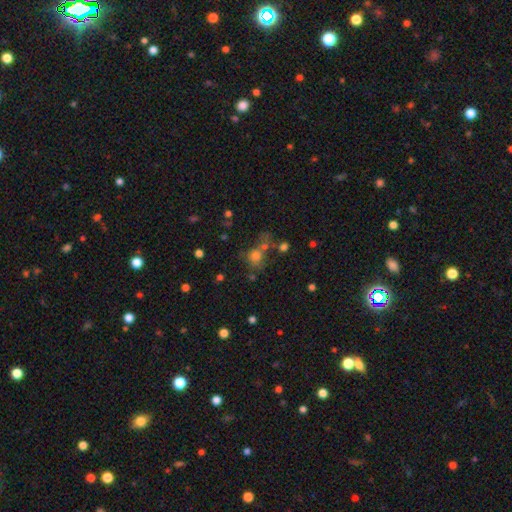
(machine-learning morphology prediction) Smooth or featured: smooth — 70% (star or artifact — 19%)
How rounded: round — 78% (in between — 20%)
Merging: none — 48% (merger — 30%)